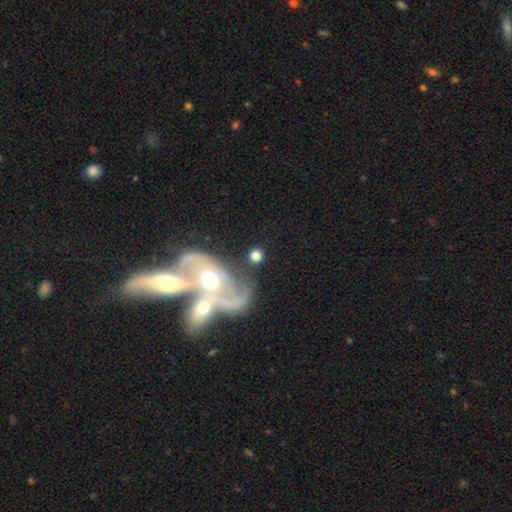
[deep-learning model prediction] Morphology: type=smooth (63%); roundness=round (70%); merging=none (52%).